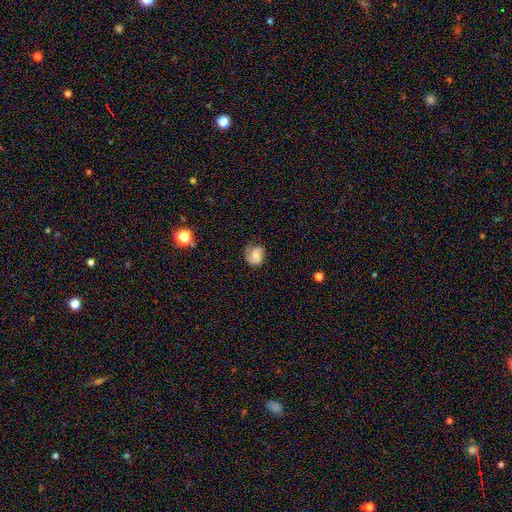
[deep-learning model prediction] Overall: featured or disk (50%; smooth 41%). Merging: none (62%; minor disturbance 24%).